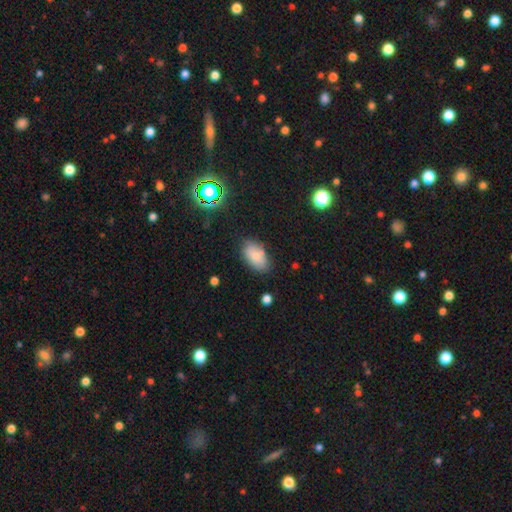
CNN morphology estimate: Q: Smooth or featured?
A: smooth (76%); runner-up: featured or disk (14%)
Q: How rounded?
A: in between (92%); runner-up: round (6%)
Q: Merging?
A: none (75%); runner-up: minor disturbance (16%)